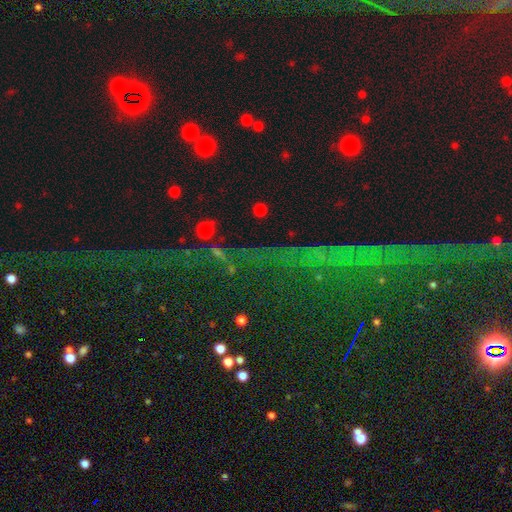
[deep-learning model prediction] star or artifact 80%, featured or disk 10%, smooth 10%.